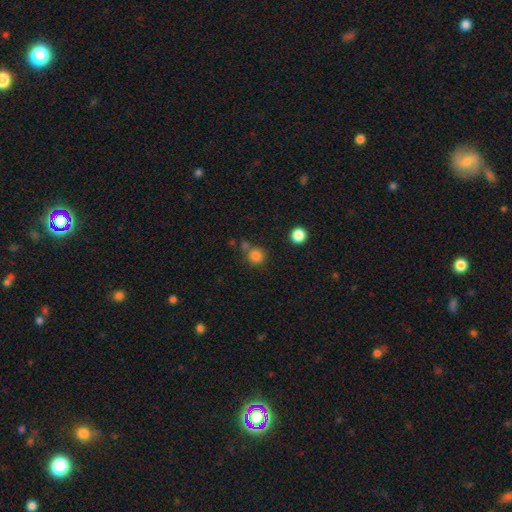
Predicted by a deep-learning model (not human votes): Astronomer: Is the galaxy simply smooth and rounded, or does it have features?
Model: smooth — 82%.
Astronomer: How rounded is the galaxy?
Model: round — 90%.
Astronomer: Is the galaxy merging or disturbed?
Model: none — 68%.